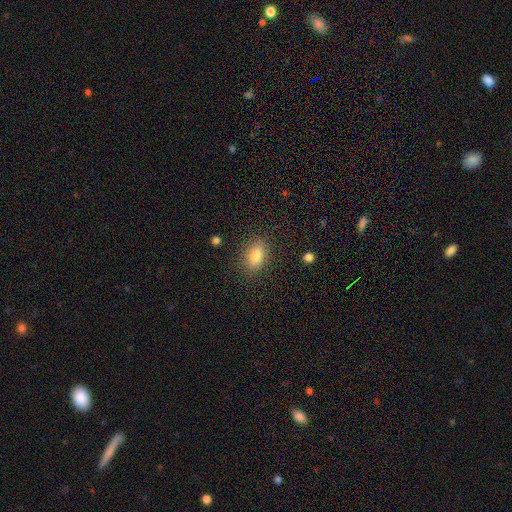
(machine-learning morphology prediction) Q: Smooth or featured?
A: smooth (82%); runner-up: featured or disk (9%)
Q: How rounded?
A: in between (84%); runner-up: round (11%)
Q: Merging?
A: none (86%); runner-up: minor disturbance (10%)